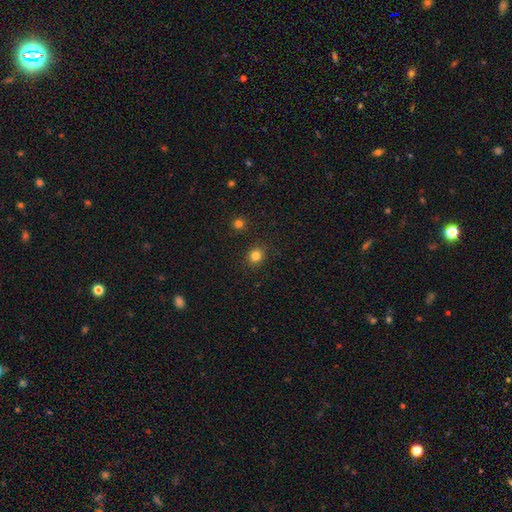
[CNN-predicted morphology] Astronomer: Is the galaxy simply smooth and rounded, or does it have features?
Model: smooth — 82%.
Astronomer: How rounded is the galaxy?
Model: round — 83%.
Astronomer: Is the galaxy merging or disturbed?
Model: none — 90%.